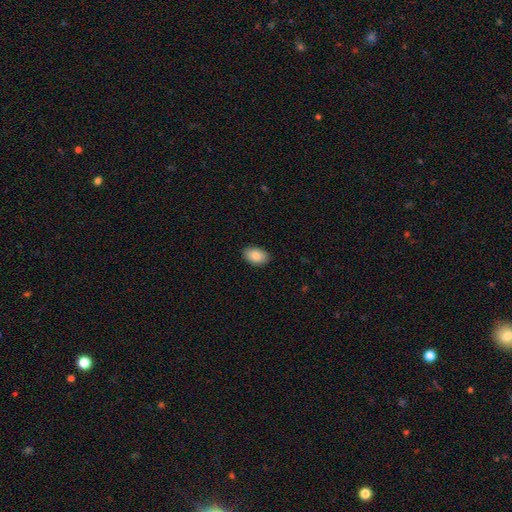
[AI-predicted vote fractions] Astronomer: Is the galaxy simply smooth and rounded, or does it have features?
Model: smooth — 86%.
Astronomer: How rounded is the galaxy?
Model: in between — 91%.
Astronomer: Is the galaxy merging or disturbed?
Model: none — 88%.